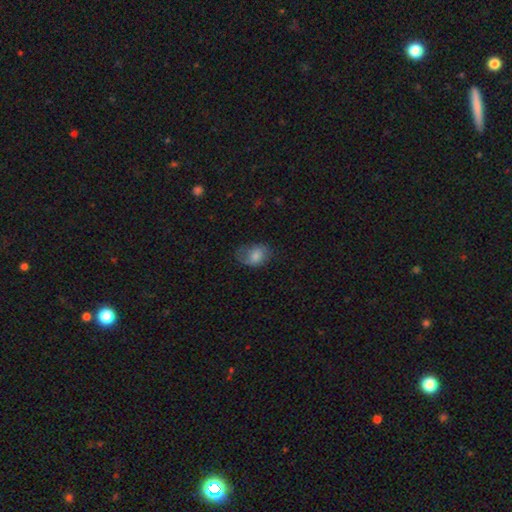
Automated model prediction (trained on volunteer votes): The model was most divided on "merging": none: 49%, minor disturbance: 31%, major disturbance: 19%, merger: 2%. More confident: how rounded — in between (75%); smooth or featured — smooth (73%).